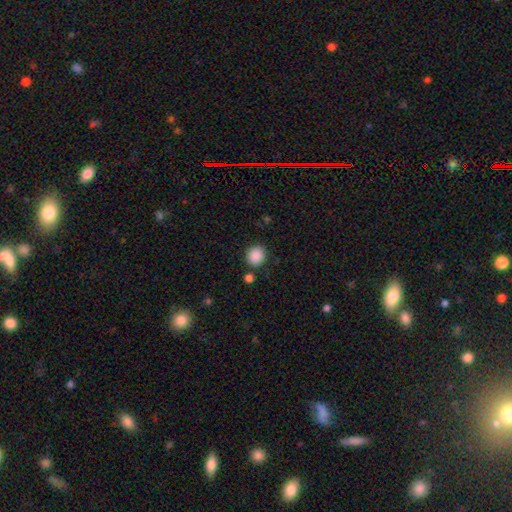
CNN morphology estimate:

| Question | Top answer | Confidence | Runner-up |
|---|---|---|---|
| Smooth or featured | smooth | 89% | star or artifact (9%) |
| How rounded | round | 81% | in between (18%) |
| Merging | none | 85% | minor disturbance (8%) |